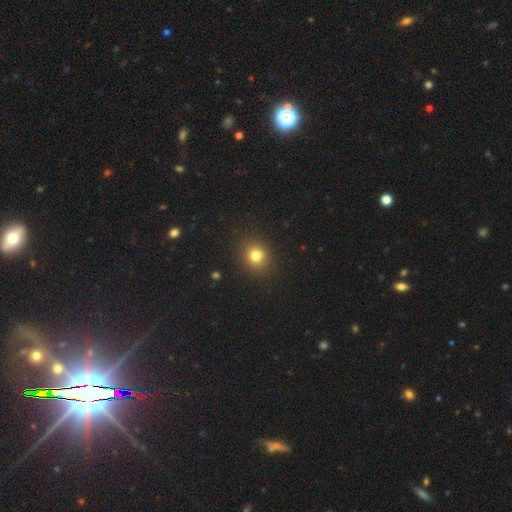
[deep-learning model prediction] Smooth or featured? Predicted: smooth (p=0.79). How rounded? Predicted: round (p=0.80). Merging? Predicted: none (p=0.87).